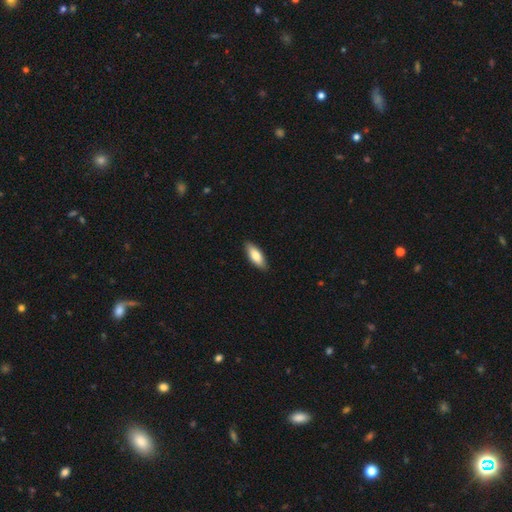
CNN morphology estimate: Smooth or featured? Predicted: smooth (p=0.81). How rounded? Predicted: in between (p=0.70). Merging? Predicted: none (p=0.89).